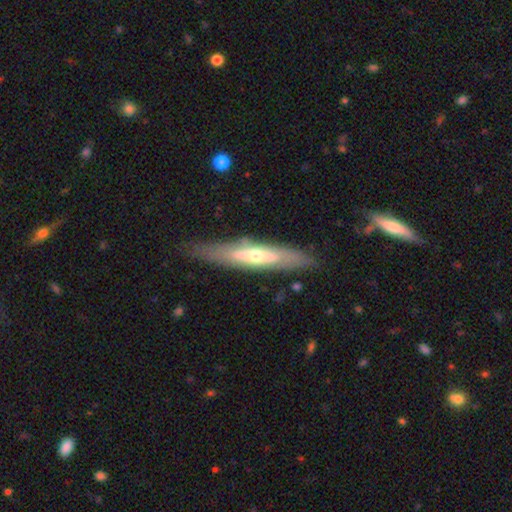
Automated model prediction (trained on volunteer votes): The model was most divided on "smooth or featured": featured or disk: 61%, smooth: 33%, star or artifact: 6%. More confident: merging — none (81%); edge-on disk — yes (69%).